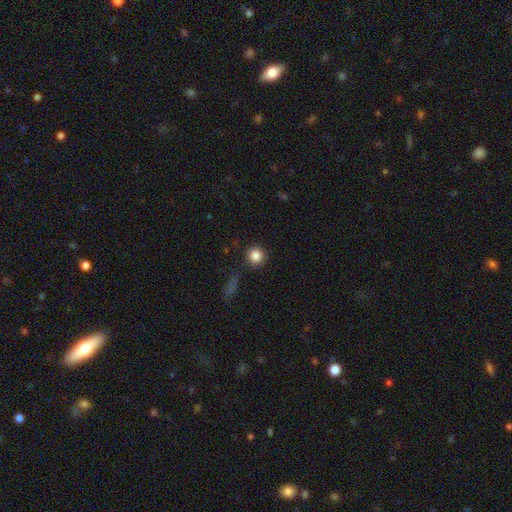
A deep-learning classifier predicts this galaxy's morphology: A smooth galaxy with no disk features (85%) that is round (94%).

Vote fractions:
- Smooth or featured? smooth: 85% / star or artifact: 10% / featured or disk: 5%
- How rounded? round: 94% / in between: 4% / cigar-shaped: 1%
- Merging? none: 87% / minor disturbance: 7% / merger: 3% / major disturbance: 3%